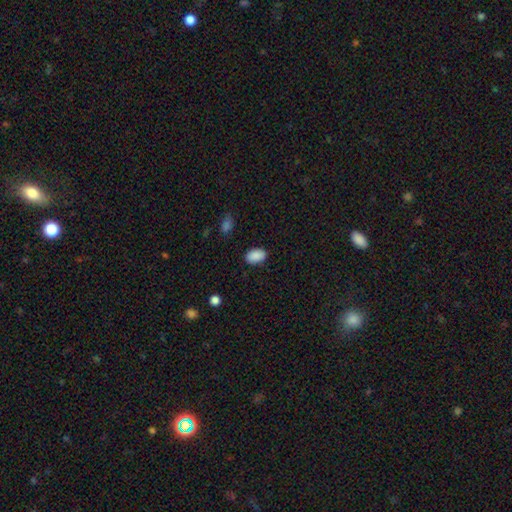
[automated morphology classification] Smooth or featured: smooth — 89% (star or artifact — 8%)
How rounded: in between — 90% (round — 8%)
Merging: none — 85% (minor disturbance — 11%)